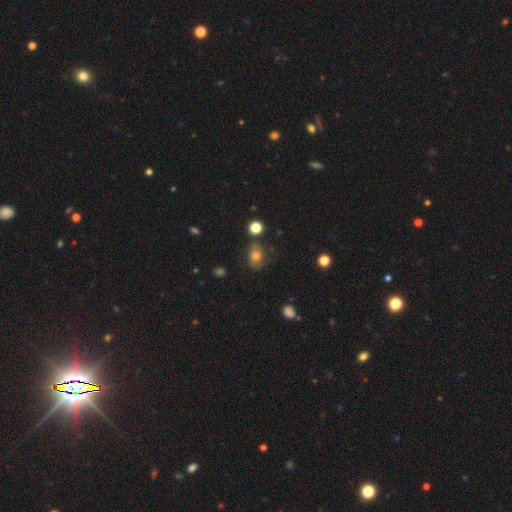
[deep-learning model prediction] Morphology: type=smooth (61%); roundness=in between (62%); merging=none (64%).